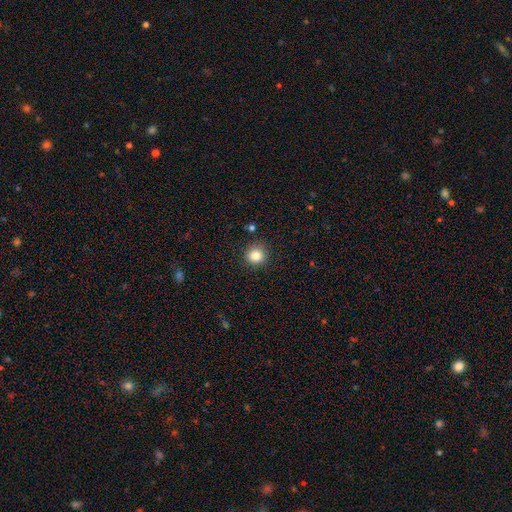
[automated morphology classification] Smooth or featured? Predicted: smooth (p=0.84). How rounded? Predicted: round (p=0.91). Merging? Predicted: none (p=0.89).